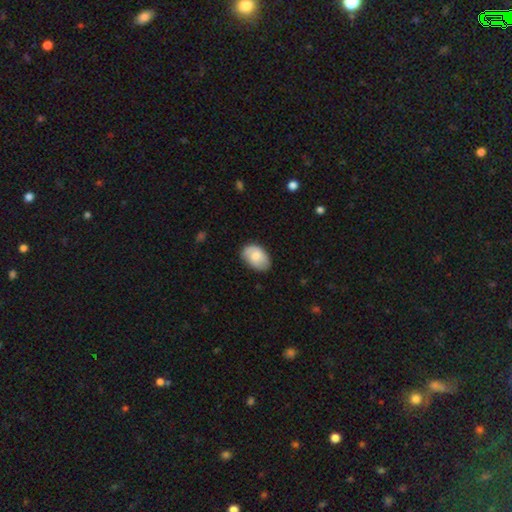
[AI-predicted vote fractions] Smooth or featured: smooth — 70% (featured or disk — 24%)
How rounded: in between — 88% (round — 11%)
Merging: none — 76% (minor disturbance — 19%)